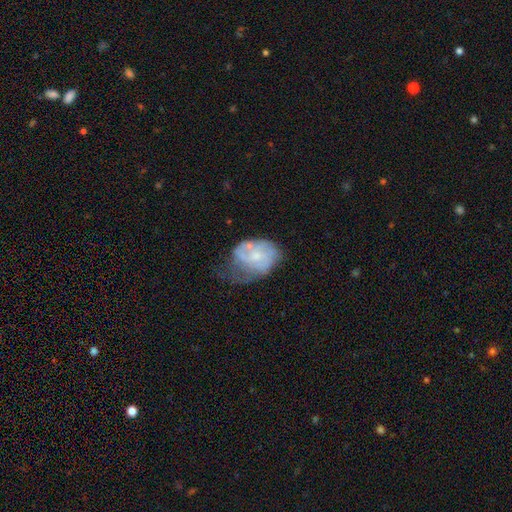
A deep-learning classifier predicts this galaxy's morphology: Smooth or featured? featured or disk (55%)
Edge-on disk? no (98%)
Bar? no (75%)
Spiral arms? yes (58%)
Bulge size? small (49%)
Merging? minor disturbance (35%)